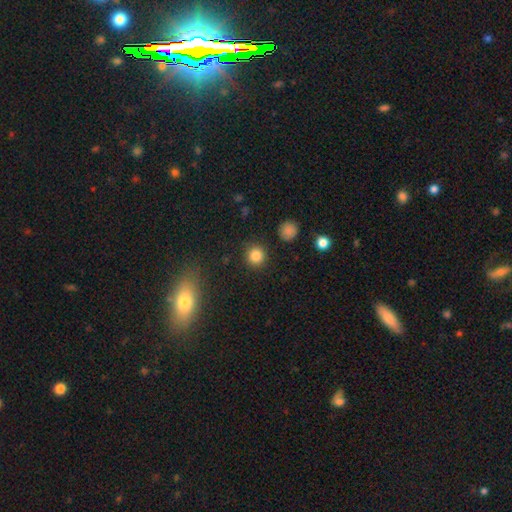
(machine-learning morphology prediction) type=smooth (84%); roundness=round (93%); merging=none (90%).